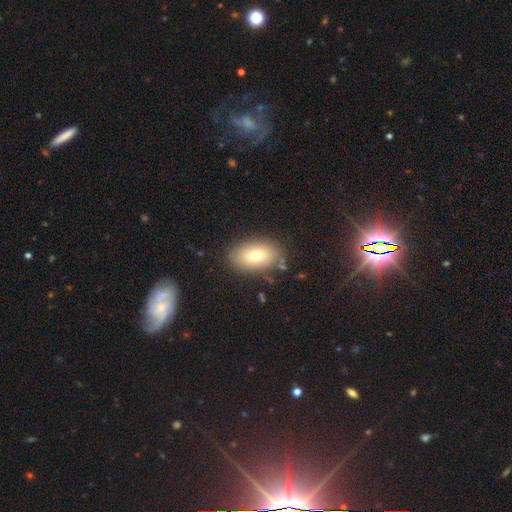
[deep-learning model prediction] A smooth galaxy with no disk features (74%) that is in between round and cigar-shaped (89%).

Vote fractions:
- Smooth or featured? smooth: 74% / featured or disk: 17% / star or artifact: 9%
- How rounded? in between: 89% / round: 9% / cigar-shaped: 2%
- Merging? none: 82% / minor disturbance: 12% / major disturbance: 4% / merger: 3%